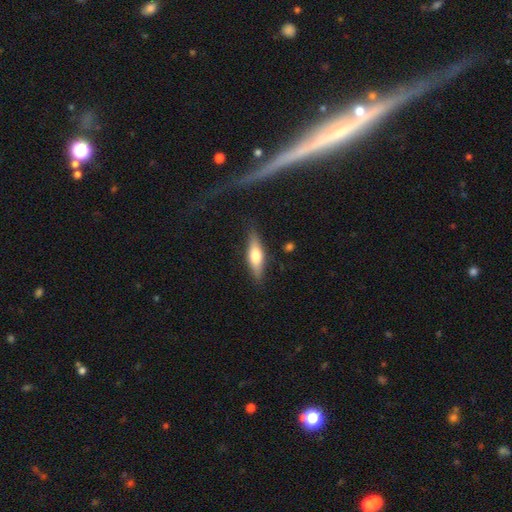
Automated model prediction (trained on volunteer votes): Smooth or featured: smooth — 54% (featured or disk — 40%)
How rounded: cigar-shaped — 55% (in between — 43%)
Merging: none — 84% (minor disturbance — 12%)